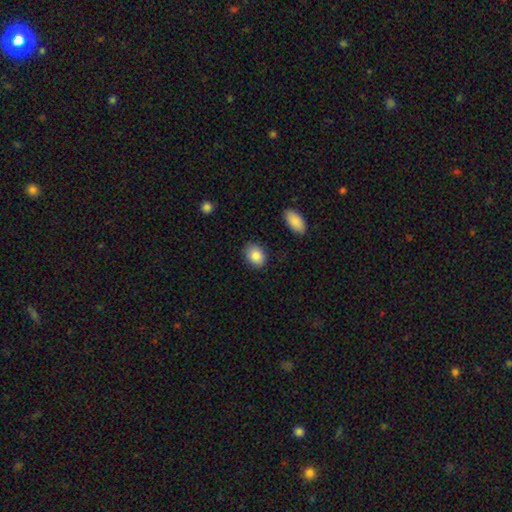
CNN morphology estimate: Smooth or featured: smooth — 87% (star or artifact — 7%)
How rounded: in between — 74% (round — 25%)
Merging: none — 85% (minor disturbance — 11%)